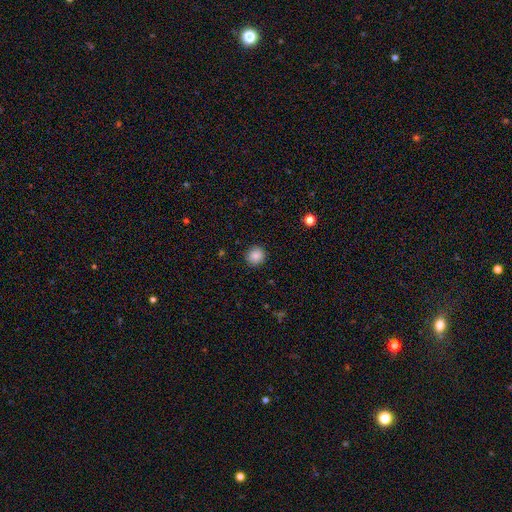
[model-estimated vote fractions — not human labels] Smooth or featured: smooth — 86% (star or artifact — 9%)
How rounded: round — 92% (in between — 7%)
Merging: none — 91% (minor disturbance — 6%)